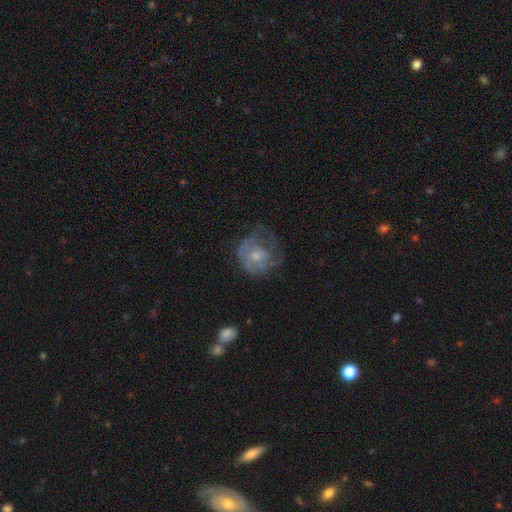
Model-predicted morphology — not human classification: Overall: featured or disk (51%; smooth 41%). Edge-on disk: no (97%). Merging: none (40%; major disturbance 31%).